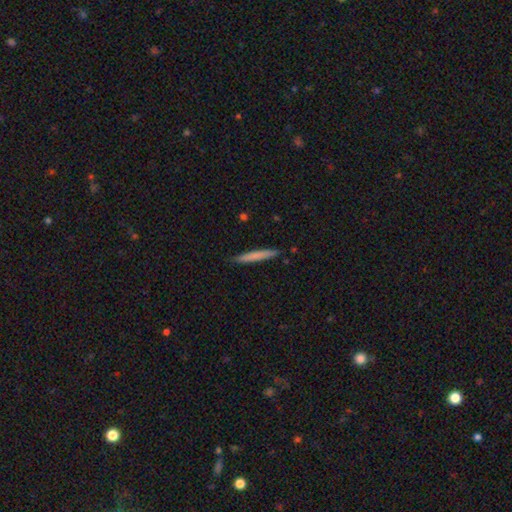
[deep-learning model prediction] This is likely a smooth galaxy (72%). How rounded: clearly cigar-shaped (96%). Merging: clearly none (89%).